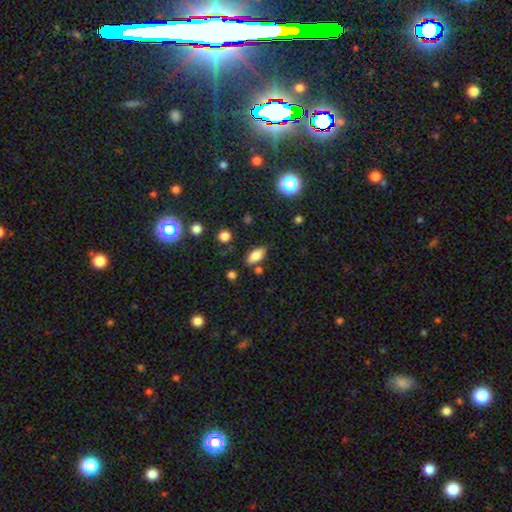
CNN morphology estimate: Q: Smooth or featured?
A: smooth (79%); runner-up: featured or disk (11%)
Q: How rounded?
A: in between (87%); runner-up: cigar-shaped (9%)
Q: Merging?
A: none (78%); runner-up: minor disturbance (13%)